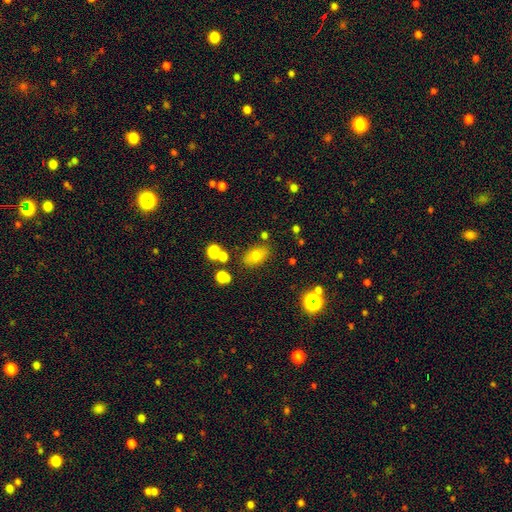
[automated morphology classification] Smooth or featured? smooth (73%)
How rounded? in between (84%)
Merging? none (77%)